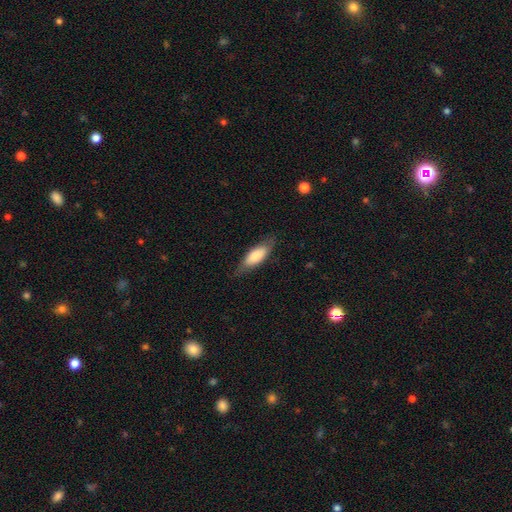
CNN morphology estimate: smooth 77%, featured or disk 18%, star or artifact 6%. Down the decision tree: how rounded — in between (69%); merging — none (75%).